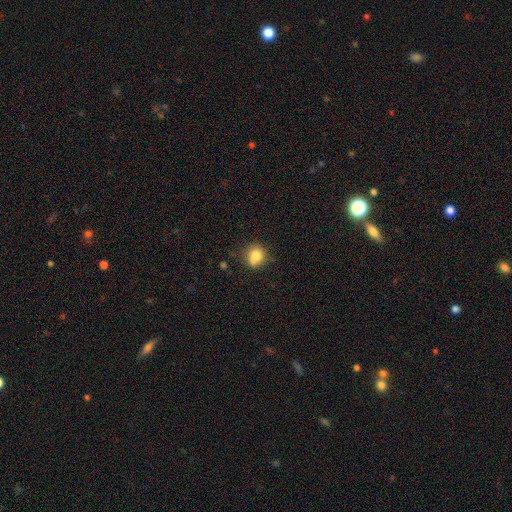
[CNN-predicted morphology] Q: Smooth or featured?
A: smooth (78%); runner-up: featured or disk (12%)
Q: How rounded?
A: round (79%); runner-up: in between (20%)
Q: Merging?
A: none (62%); runner-up: minor disturbance (24%)